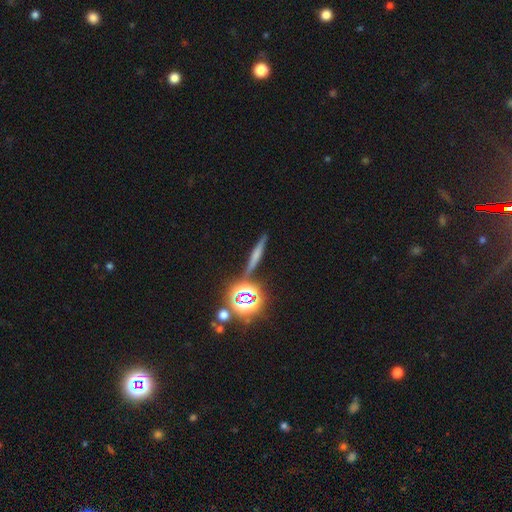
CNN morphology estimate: Smooth or featured: smooth — 43% (featured or disk — 33%)
Merging: none — 83% (minor disturbance — 9%)